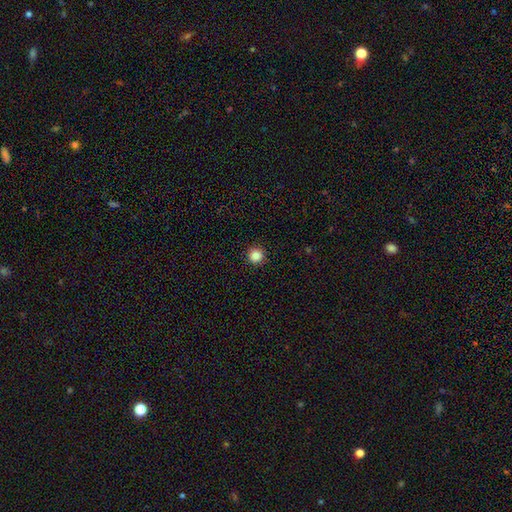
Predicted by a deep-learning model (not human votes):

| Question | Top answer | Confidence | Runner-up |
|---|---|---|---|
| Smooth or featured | smooth | 87% | star or artifact (11%) |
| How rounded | round | 96% | in between (3%) |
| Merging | none | 93% | minor disturbance (5%) |